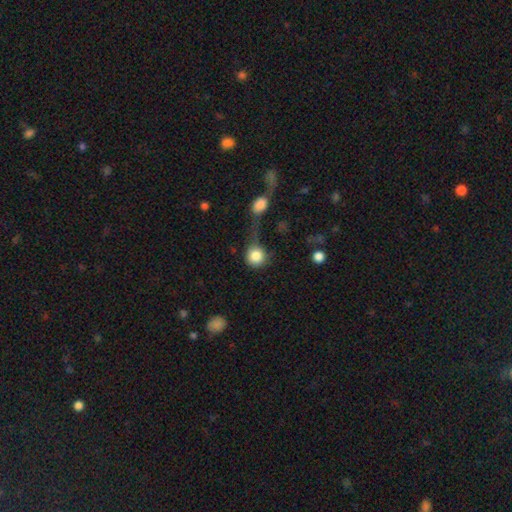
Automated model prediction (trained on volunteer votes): Morphology: type=smooth (84%); roundness=round (88%); merging=none (40%).